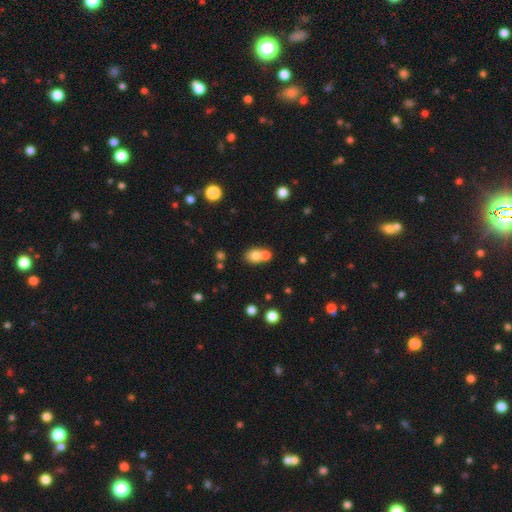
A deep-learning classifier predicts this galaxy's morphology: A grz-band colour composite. It shows a smooth galaxy with no disk features (74%) that is round (55%). Merging: merger (52%).